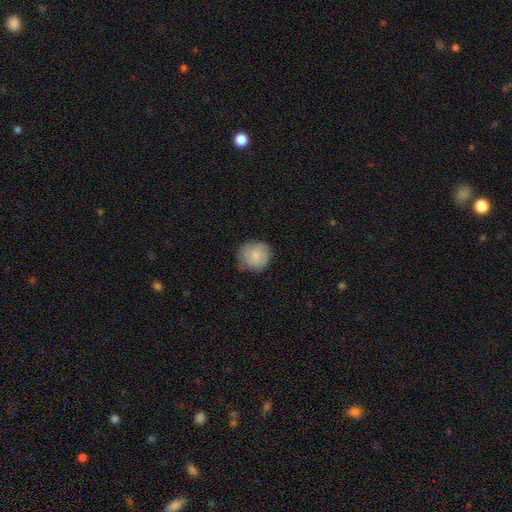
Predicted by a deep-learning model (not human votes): Smooth or featured: smooth — 82% (featured or disk — 12%)
How rounded: round — 90% (in between — 9%)
Merging: none — 69% (minor disturbance — 25%)